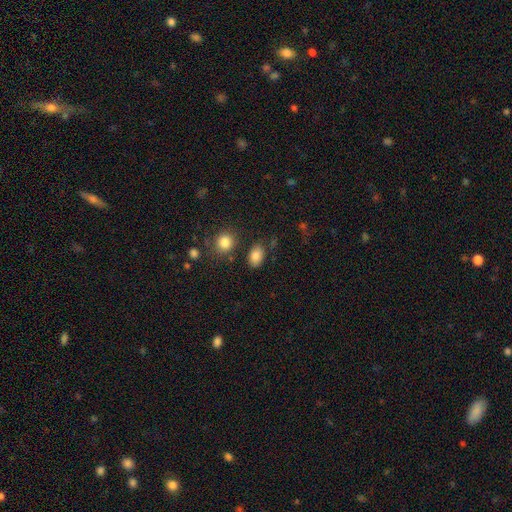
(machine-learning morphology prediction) This appears to be a smooth galaxy with no disk features (85%) that is in between round and cigar-shaped (86%). Merging: none (80%).